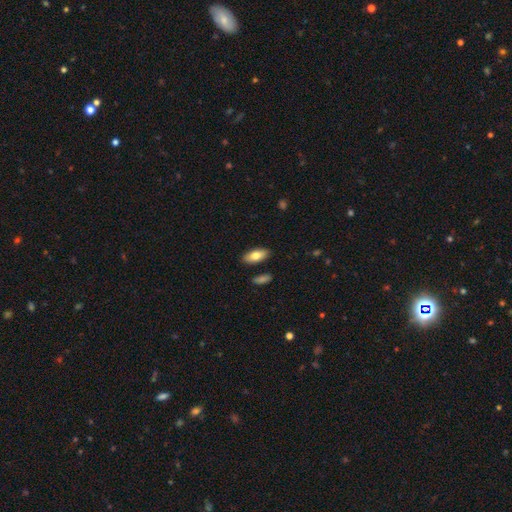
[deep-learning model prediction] Smooth or featured?
  - smooth: 78% *
  - featured or disk: 17%
  - star or artifact: 6%
How rounded?
  - in between: 87% *
  - cigar-shaped: 10%
  - round: 2%
Merging?
  - none: 87% *
  - minor disturbance: 9%
  - merger: 3%
  - major disturbance: 2%